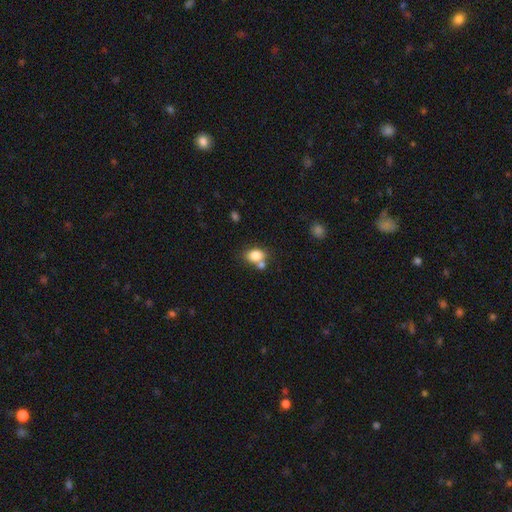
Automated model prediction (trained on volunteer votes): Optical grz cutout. It shows a smooth galaxy with no disk features (81%) that is in between round and cigar-shaped (64%). Merging: none (53%).